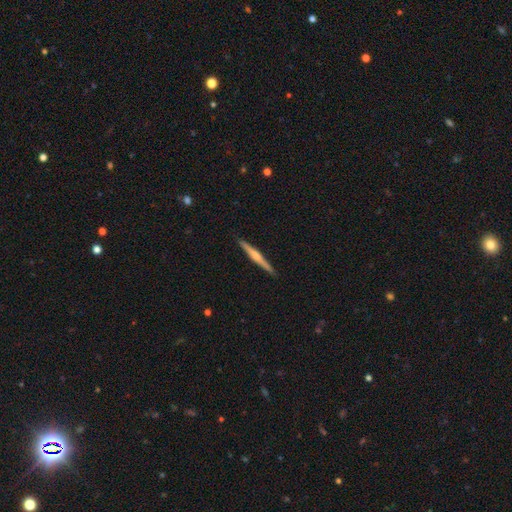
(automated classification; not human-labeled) This is possibly a featured or disk galaxy (59%). It is clearly viewed edge-on (98%). Edge-on bulge: possibly rounded (60%). Merging: clearly none (92%).